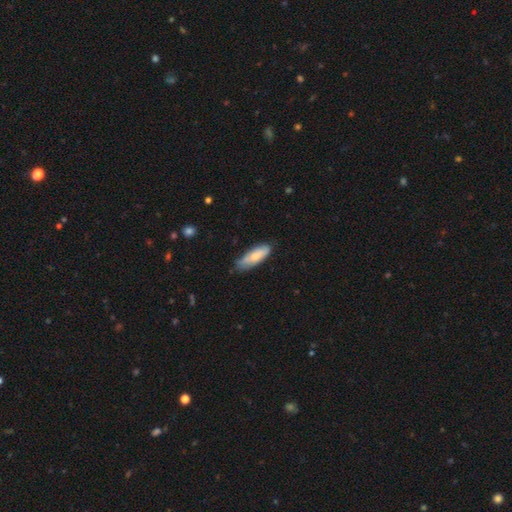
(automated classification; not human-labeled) This is likely a smooth galaxy (72%). How rounded: possibly in between (57%). Merging: likely none (66%).